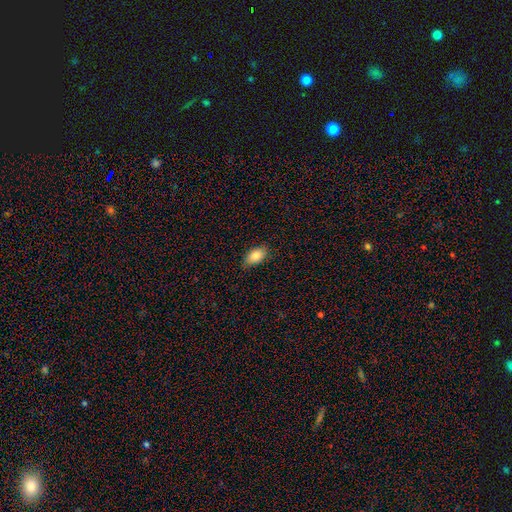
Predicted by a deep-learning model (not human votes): Smooth or featured: smooth — 82% (featured or disk — 10%)
How rounded: in between — 90% (round — 6%)
Merging: none — 83% (minor disturbance — 13%)